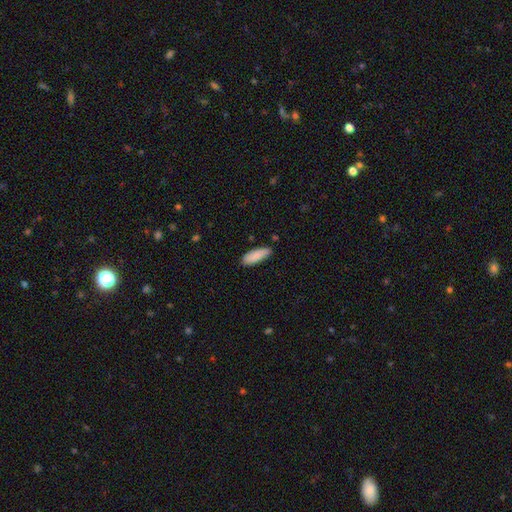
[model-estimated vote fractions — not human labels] smooth_or_featured: smooth (p=0.89) [alt: star or artifact p=0.06]
how_rounded: in between (p=0.57) [alt: cigar-shaped p=0.42]
merging: none (p=0.80) [alt: minor disturbance p=0.16]